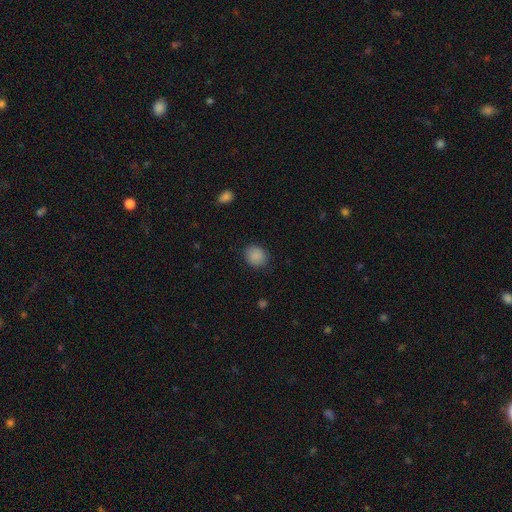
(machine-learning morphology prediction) This appears to be a smooth galaxy with no disk features (88%) that is round (77%). Merging: none (85%).